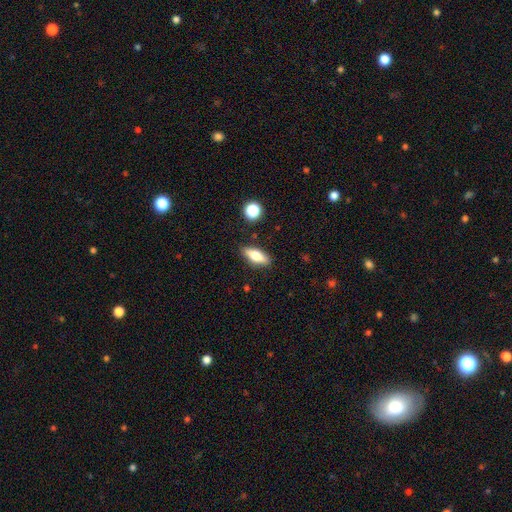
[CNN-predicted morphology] Smooth or featured?
  - smooth: 68% *
  - featured or disk: 25%
  - star or artifact: 7%
How rounded?
  - in between: 65% *
  - cigar-shaped: 31%
  - round: 4%
Merging?
  - none: 85% *
  - minor disturbance: 10%
  - merger: 3%
  - major disturbance: 2%